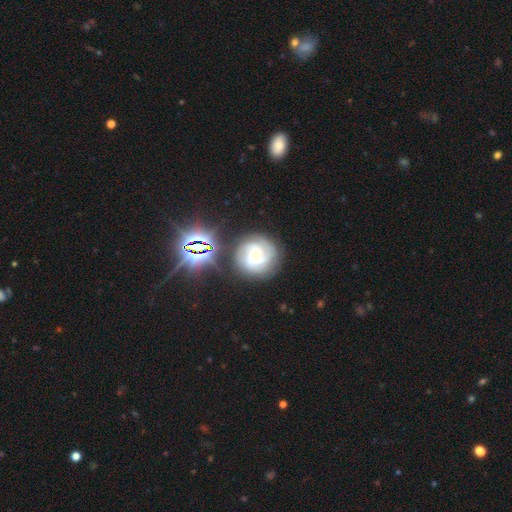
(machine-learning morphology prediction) smooth-or-featured: featured or disk: 74% | smooth: 16% | star or artifact: 10%
  disk-edge-on: no: 98% | yes: 2%
    bar: no: 60% | weak: 32% | strong: 8%
    has-spiral-arms: yes: 94% | no: 6%
      spiral-winding: tight: 55% | medium: 35% | loose: 10%
      spiral-arm-count: 3: 42% | 2: 22% | can't tell: 20% | 4: 8% | 1: 4% | more than 4: 4%
    bulge-size: moderate: 52% | small: 43% | large: 3% | none: 1% | dominant: 1%
  merging: none: 77% | minor disturbance: 13% | major disturbance: 5% | merger: 5%